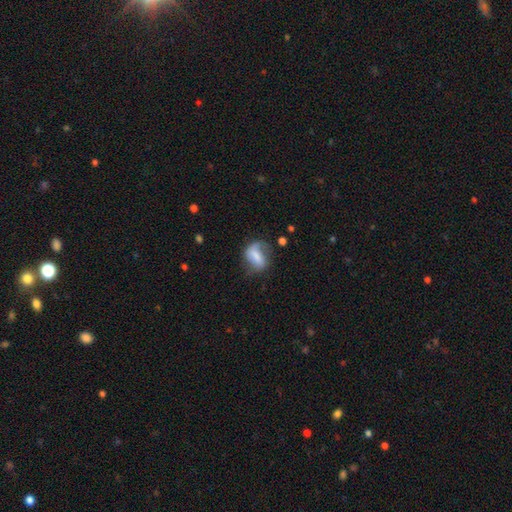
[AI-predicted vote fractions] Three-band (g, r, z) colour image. It shows a smooth galaxy with no disk features (55%) that is in between round and cigar-shaped (70%). Merging: none (45%).